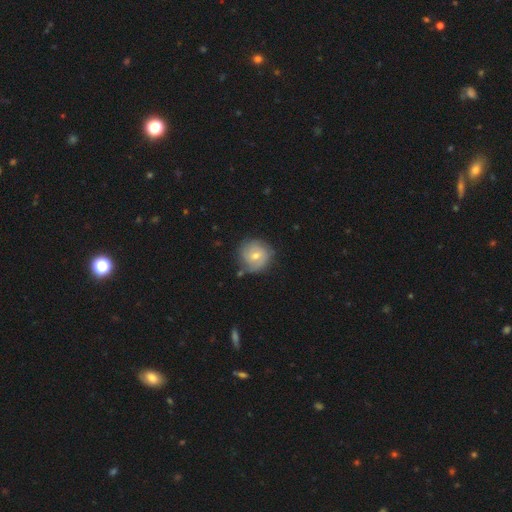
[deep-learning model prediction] smooth_or_featured: featured or disk (p=0.46) [tied with: smooth p=0.46]
merging: none (p=0.73) [alt: minor disturbance p=0.19]